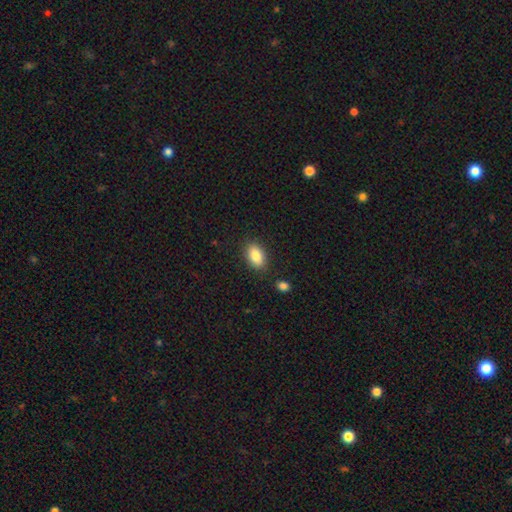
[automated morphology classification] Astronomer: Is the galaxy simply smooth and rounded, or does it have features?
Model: smooth — 87%.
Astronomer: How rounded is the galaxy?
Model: in between — 91%.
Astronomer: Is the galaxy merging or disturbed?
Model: none — 85%.